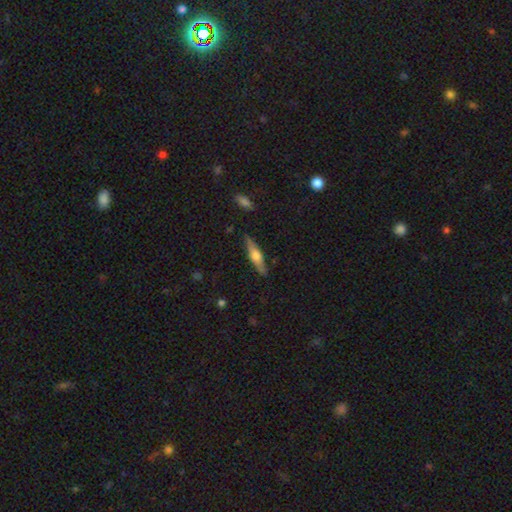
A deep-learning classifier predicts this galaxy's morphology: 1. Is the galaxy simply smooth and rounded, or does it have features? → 52% featured or disk, 42% smooth, 6% star or artifact.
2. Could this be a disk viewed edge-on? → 92% yes, 8% no.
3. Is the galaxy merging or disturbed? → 87% none, 10% minor disturbance, 2% major disturbance, 1% merger.